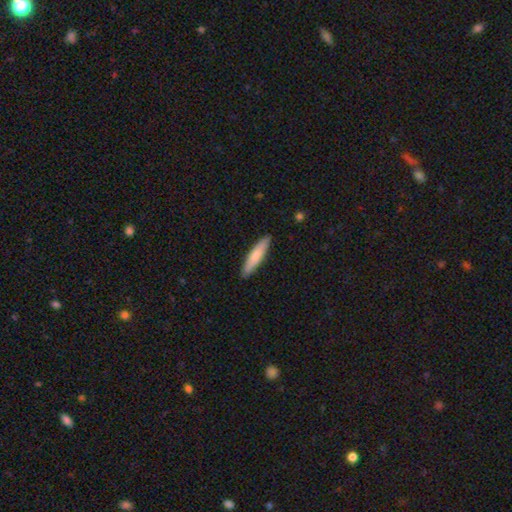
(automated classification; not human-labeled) This is likely a smooth galaxy (76%). How rounded: clearly cigar-shaped (84%). Merging: clearly none (90%).